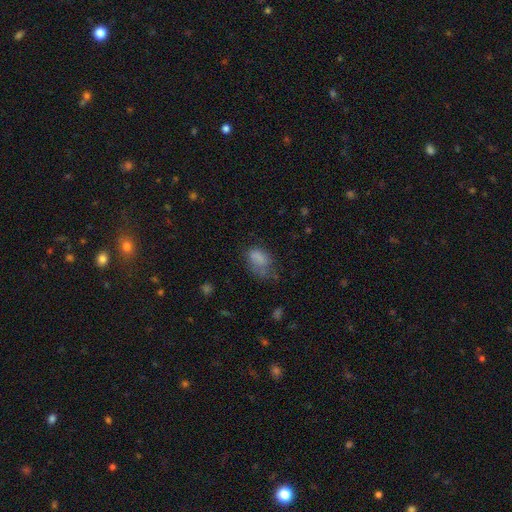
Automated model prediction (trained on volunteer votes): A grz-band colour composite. It shows a smooth galaxy with no disk features (71%) that is in between round and cigar-shaped (82%). Merging: none (41%).